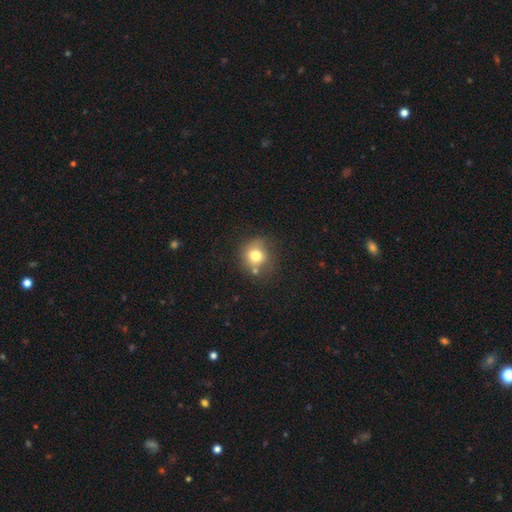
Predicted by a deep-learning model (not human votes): This appears to be a smooth galaxy with no disk features (76%) that is round (84%). Merging: none (66%).